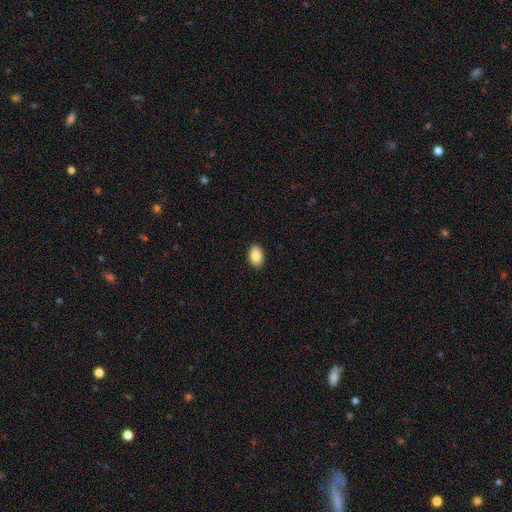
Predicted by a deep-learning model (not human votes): This appears to be a smooth galaxy with no disk features (87%) that is in between round and cigar-shaped (89%). Merging: none (91%).